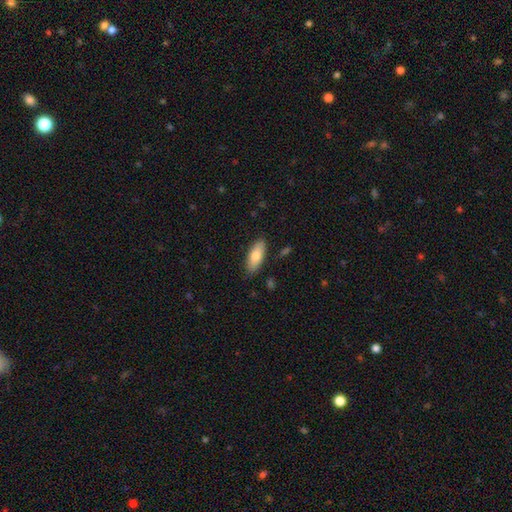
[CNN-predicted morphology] A smooth galaxy with no disk features (78%) that is in between round and cigar-shaped (78%).

Vote fractions:
- Smooth or featured? smooth: 78% / featured or disk: 16% / star or artifact: 6%
- How rounded? in between: 78% / cigar-shaped: 19% / round: 2%
- Merging? none: 86% / minor disturbance: 10% / major disturbance: 2% / merger: 2%